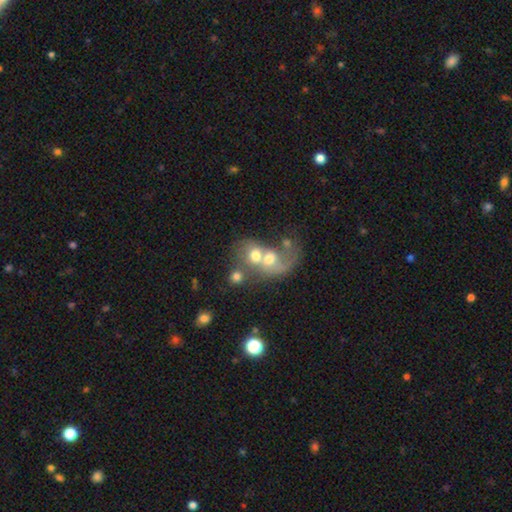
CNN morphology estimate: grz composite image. It shows a smooth galaxy with no disk features (49%). Merging: merger (74%).